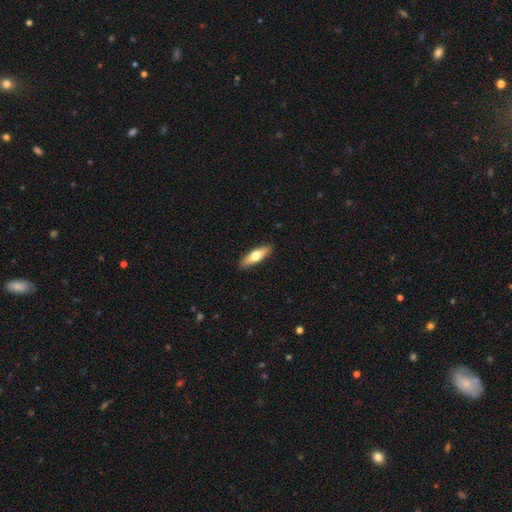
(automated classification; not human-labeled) This appears to be a smooth galaxy with no disk features (56%) that is cigar-shaped (57%). Merging: none (91%).